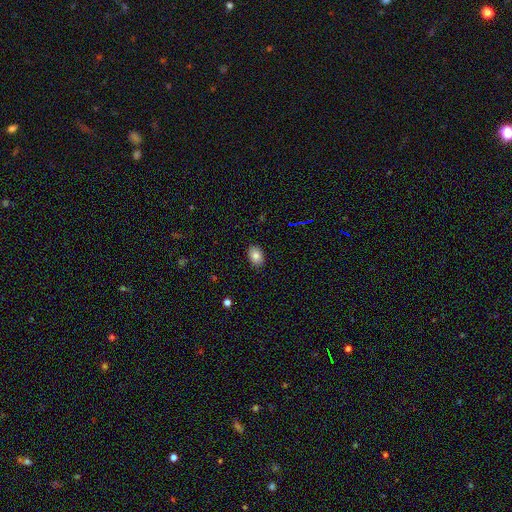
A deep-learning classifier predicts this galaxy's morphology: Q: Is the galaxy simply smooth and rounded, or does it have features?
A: smooth — 81%.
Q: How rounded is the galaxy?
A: in between — 79%.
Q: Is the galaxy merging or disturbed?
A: none — 88%.